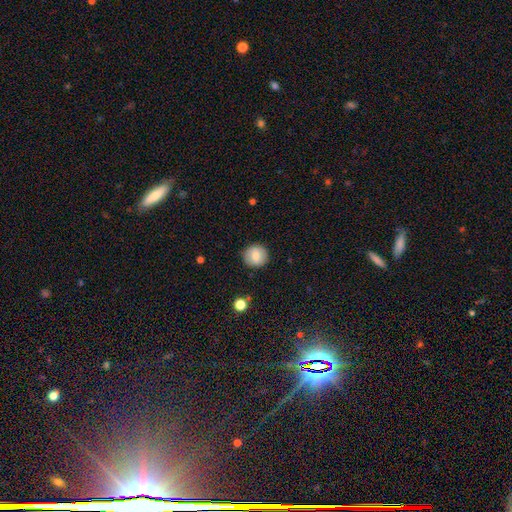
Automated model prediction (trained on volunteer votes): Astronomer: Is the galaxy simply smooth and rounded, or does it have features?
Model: smooth — 80%.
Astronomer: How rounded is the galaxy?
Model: round — 91%.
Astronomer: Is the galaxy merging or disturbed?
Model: none — 89%.